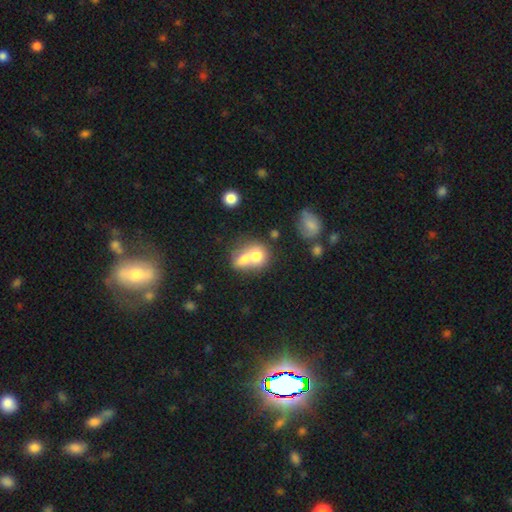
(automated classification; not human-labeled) Q: Smooth or featured?
A: smooth (68%); runner-up: featured or disk (22%)
Q: How rounded?
A: round (52%); runner-up: in between (47%)
Q: Merging?
A: merger (70%); runner-up: none (19%)